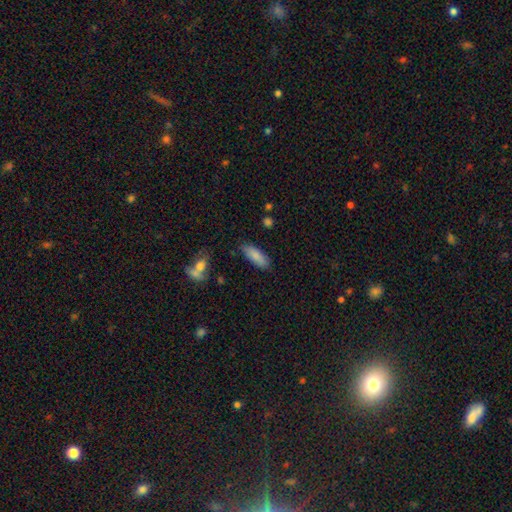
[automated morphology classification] A smooth galaxy with no disk features (84%) that is in between round and cigar-shaped (67%). Merging: none (82%).